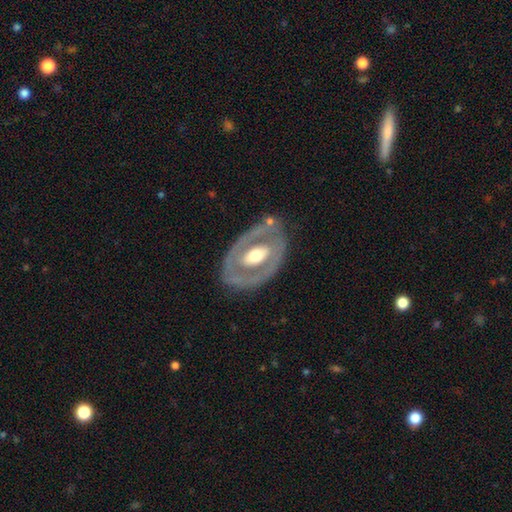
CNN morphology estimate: This is likely a featured or disk galaxy (67%). It is clearly not viewed edge-on (91%). Bar: possibly no (56%). Spiral arm pattern: likely no (79%). Central bulge: likely moderate (61%). Merging: likely none (73%).